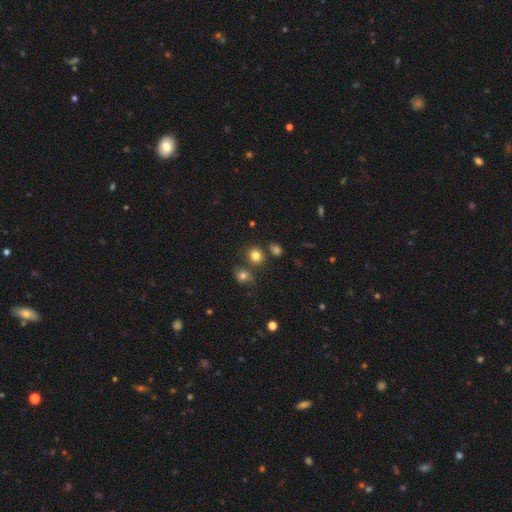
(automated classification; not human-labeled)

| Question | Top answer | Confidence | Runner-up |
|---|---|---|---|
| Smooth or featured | smooth | 79% | star or artifact (14%) |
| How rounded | round | 81% | in between (18%) |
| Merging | none | 72% | merger (14%) |